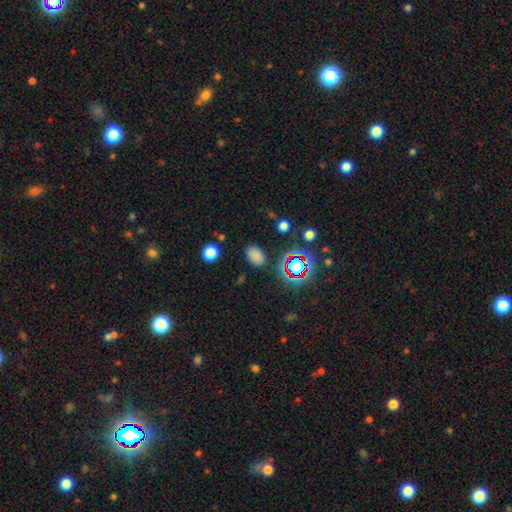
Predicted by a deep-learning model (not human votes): Overall: smooth (75%). How rounded: in between (86%). Merging: none (83%).